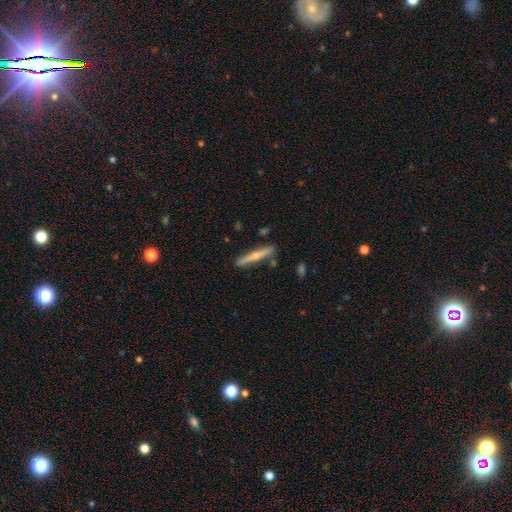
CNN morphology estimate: Smooth or featured: featured or disk — 59% (smooth — 35%)
Edge-on disk: yes — 96% (no — 4%)
Edge-on bulge: rounded — 85% (none — 12%)
Merging: none — 86% (minor disturbance — 9%)